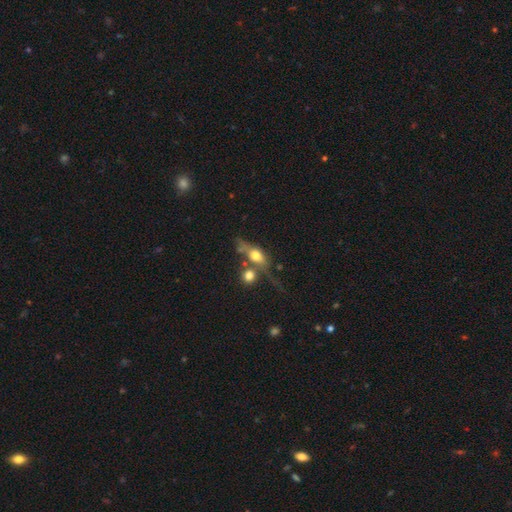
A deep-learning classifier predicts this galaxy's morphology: Smooth or featured? Predicted: smooth (p=0.53). How rounded? Predicted: in between (p=0.55). Merging? Predicted: none (p=0.37).